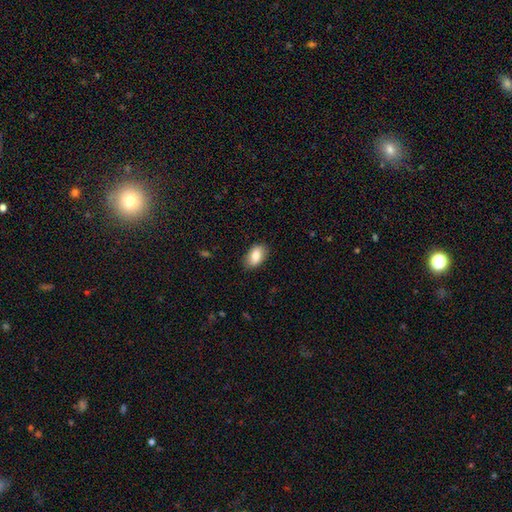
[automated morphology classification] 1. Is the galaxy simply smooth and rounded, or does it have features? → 82% smooth, 11% featured or disk, 7% star or artifact.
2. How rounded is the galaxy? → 91% in between, 7% round, 2% cigar-shaped.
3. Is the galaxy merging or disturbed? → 85% none, 11% minor disturbance, 2% major disturbance, 1% merger.